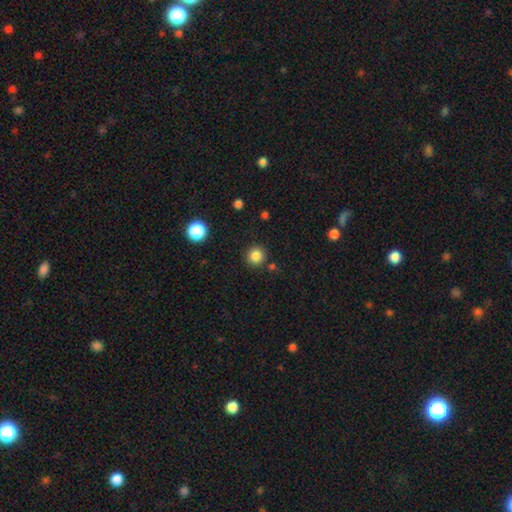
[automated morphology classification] Smooth or featured? smooth (85%)
How rounded? round (94%)
Merging? none (87%)